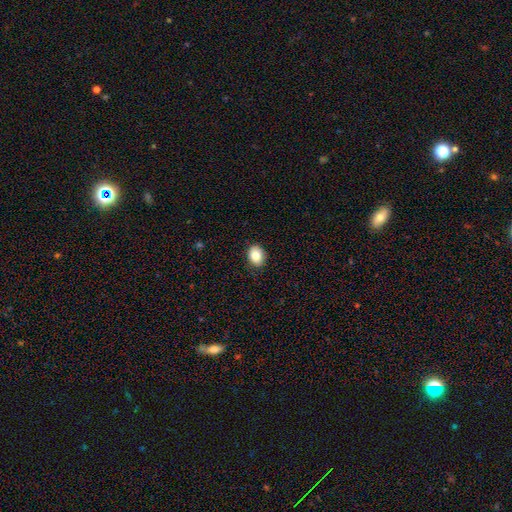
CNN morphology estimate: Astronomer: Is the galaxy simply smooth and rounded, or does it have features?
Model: smooth — 83%.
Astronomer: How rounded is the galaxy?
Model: in between — 65%.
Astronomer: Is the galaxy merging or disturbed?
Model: none — 87%.